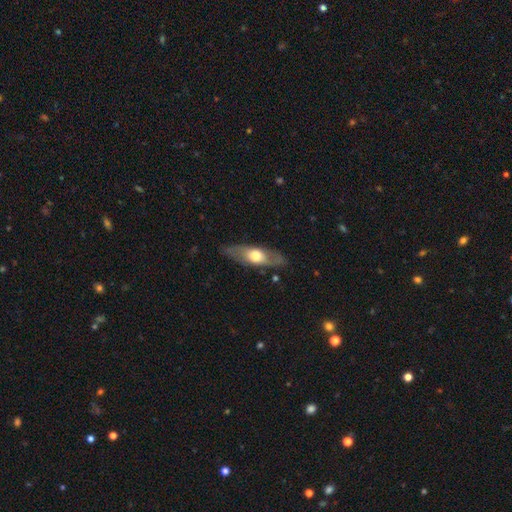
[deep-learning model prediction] Smooth or featured? featured or disk (50%)
Merging? none (80%)